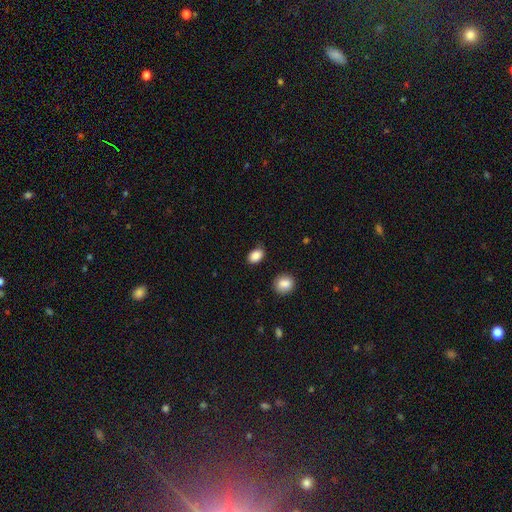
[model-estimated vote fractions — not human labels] smooth_or_featured: smooth (p=0.87) [alt: star or artifact p=0.09]
how_rounded: in between (p=0.77) [alt: round p=0.22]
merging: none (p=0.77) [alt: minor disturbance p=0.18]